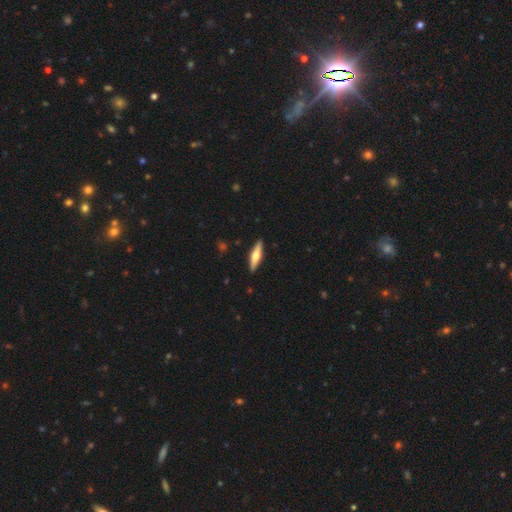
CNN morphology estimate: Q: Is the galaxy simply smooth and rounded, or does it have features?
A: featured or disk — 51%.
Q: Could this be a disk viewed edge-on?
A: yes — 95%.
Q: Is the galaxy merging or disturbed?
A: none — 91%.